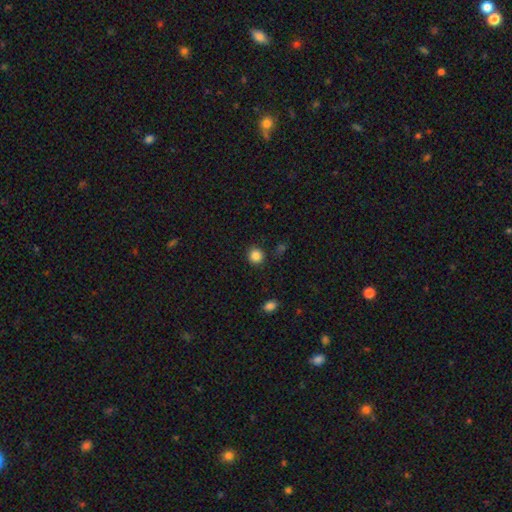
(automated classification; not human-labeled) Smooth or featured: smooth — 85% (star or artifact — 11%)
How rounded: round — 90% (in between — 9%)
Merging: none — 89% (minor disturbance — 6%)